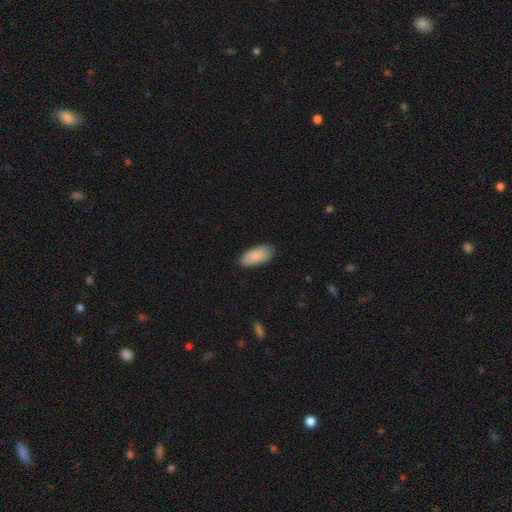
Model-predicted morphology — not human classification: Q: Smooth or featured?
A: smooth (88%); runner-up: featured or disk (6%)
Q: How rounded?
A: in between (91%); runner-up: cigar-shaped (8%)
Q: Merging?
A: none (84%); runner-up: minor disturbance (13%)